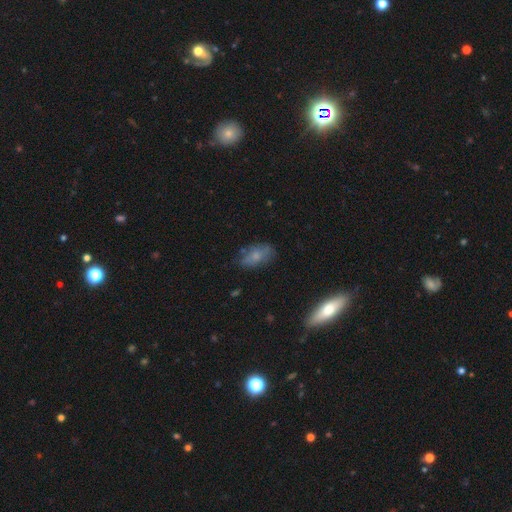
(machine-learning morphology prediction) smooth-or-featured: smooth: 65% | featured or disk: 25% | star or artifact: 10%
  how-rounded: in between: 88% | round: 6% | cigar-shaped: 5%
  merging: none: 64% | minor disturbance: 25% | major disturbance: 8% | merger: 3%